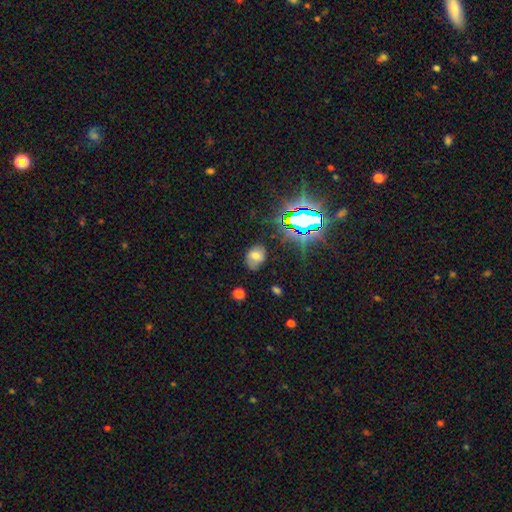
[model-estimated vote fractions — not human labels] smooth_or_featured: smooth (p=0.62) [alt: star or artifact p=0.21]
how_rounded: in between (p=0.67) [alt: round p=0.32]
merging: none (p=0.71) [alt: minor disturbance p=0.21]